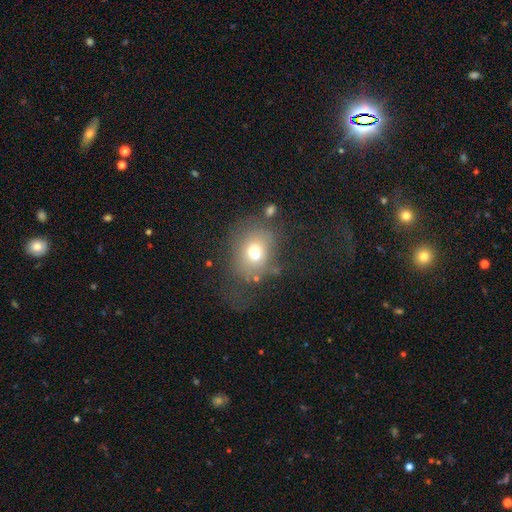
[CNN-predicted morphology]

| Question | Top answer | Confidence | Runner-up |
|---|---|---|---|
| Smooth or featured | smooth | 65% | featured or disk (21%) |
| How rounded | round | 52% | in between (47%) |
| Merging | none | 41% | major disturbance (24%) |